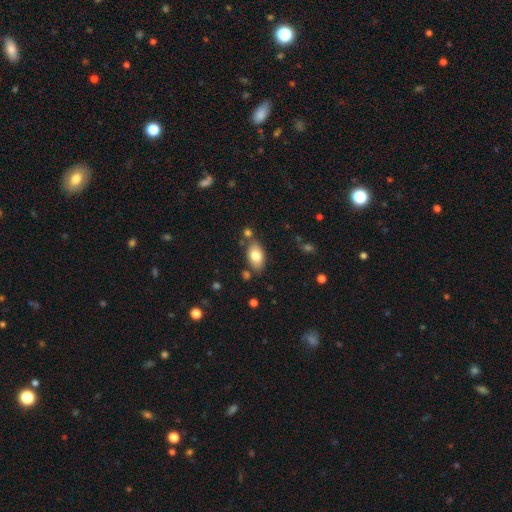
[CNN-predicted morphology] smooth-or-featured: smooth: 79% | featured or disk: 14% | star or artifact: 7%
  how-rounded: in between: 92% | round: 6% | cigar-shaped: 2%
  merging: none: 75% | minor disturbance: 14% | merger: 8% | major disturbance: 3%